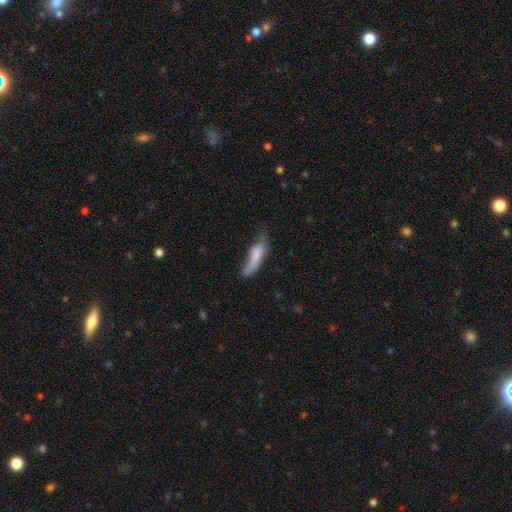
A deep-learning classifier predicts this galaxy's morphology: smooth-or-featured: smooth: 71% | featured or disk: 22% | star or artifact: 7%
  how-rounded: cigar-shaped: 69% | in between: 29% | round: 2%
  merging: none: 42% | minor disturbance: 34% | major disturbance: 19% | merger: 6%